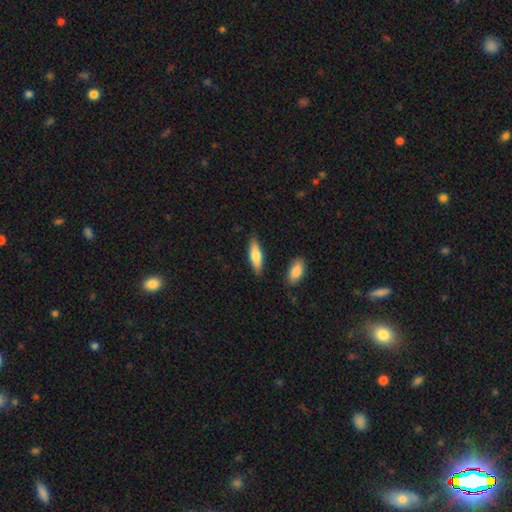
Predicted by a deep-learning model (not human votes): smooth-or-featured: smooth: 70% | featured or disk: 24% | star or artifact: 6%
  how-rounded: cigar-shaped: 55% | in between: 43% | round: 2%
  merging: none: 85% | minor disturbance: 10% | merger: 3% | major disturbance: 2%